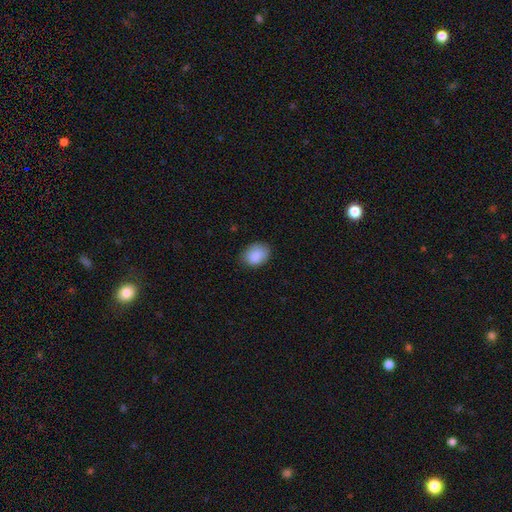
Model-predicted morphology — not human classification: Smooth or featured?
  - smooth: 88% *
  - star or artifact: 7%
  - featured or disk: 5%
How rounded?
  - in between: 68% *
  - round: 31%
  - cigar-shaped: 1%
Merging?
  - none: 78% *
  - minor disturbance: 18%
  - major disturbance: 3%
  - merger: 1%